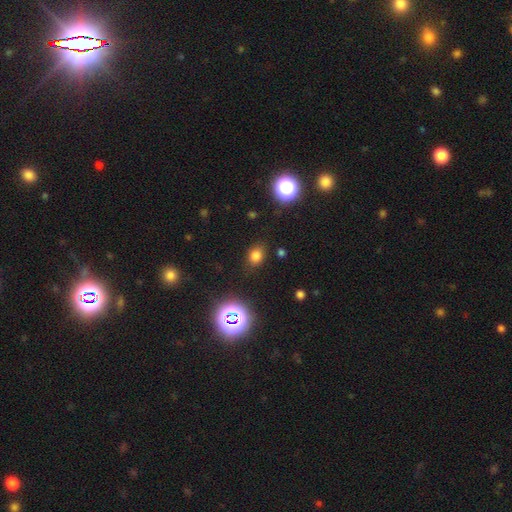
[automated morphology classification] Smooth or featured? Predicted: smooth (p=0.72). How rounded? Predicted: in between (p=0.51). Merging? Predicted: none (p=0.83).